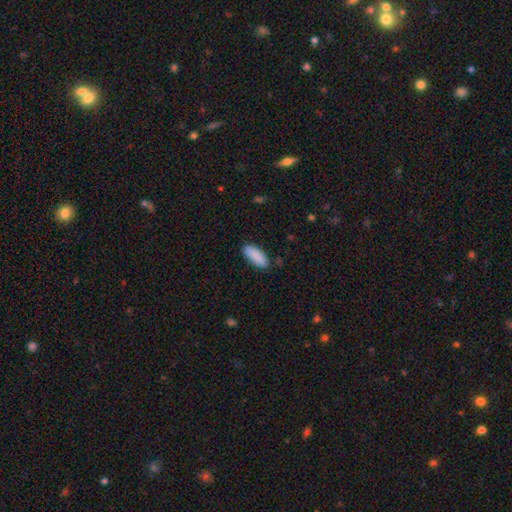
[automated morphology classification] A smooth galaxy with no disk features (90%) that is in between round and cigar-shaped (77%).

Vote fractions:
- Smooth or featured? smooth: 90% / star or artifact: 6% / featured or disk: 4%
- How rounded? in between: 77% / cigar-shaped: 21% / round: 2%
- Merging? none: 86% / minor disturbance: 10% / major disturbance: 2% / merger: 1%